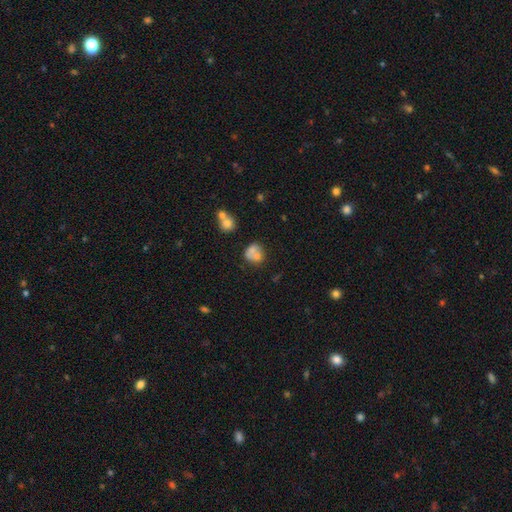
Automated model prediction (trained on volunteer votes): This is likely a smooth galaxy (69%). How rounded: likely round (67%). Merging: marginally merger (41%).